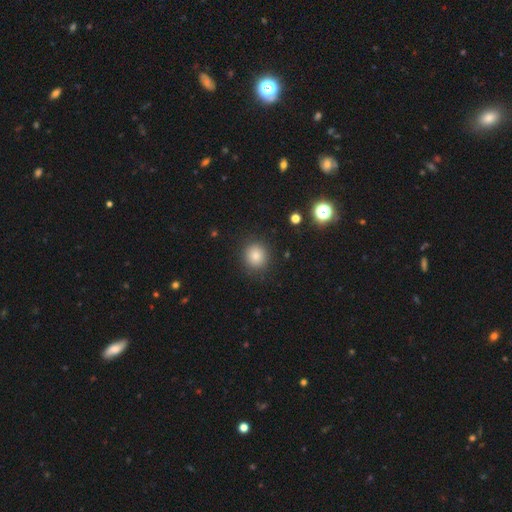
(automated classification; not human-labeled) smooth_or_featured: smooth (p=0.83) [alt: star or artifact p=0.11]
how_rounded: round (p=0.88) [alt: in between p=0.11]
merging: none (p=0.89) [alt: minor disturbance p=0.07]